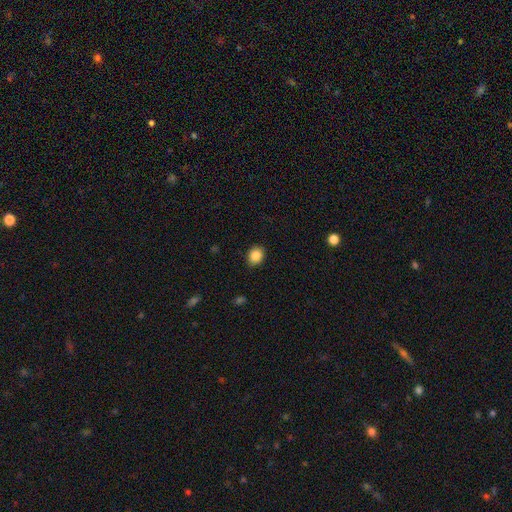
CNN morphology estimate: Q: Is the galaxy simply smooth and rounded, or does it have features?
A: smooth — 87%.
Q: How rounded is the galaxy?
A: round — 63%.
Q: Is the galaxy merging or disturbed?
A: none — 87%.